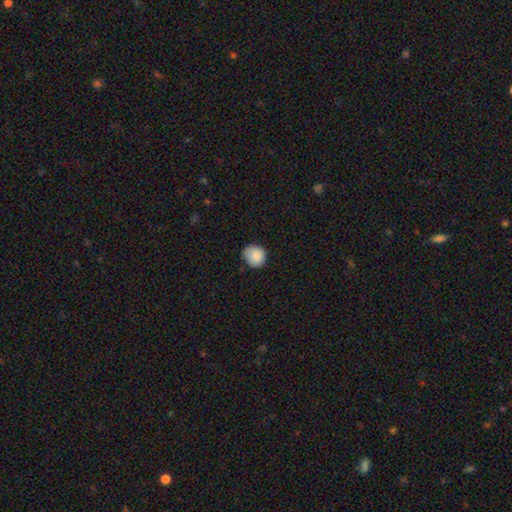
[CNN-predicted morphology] Q: Smooth or featured?
A: smooth (87%); runner-up: star or artifact (8%)
Q: How rounded?
A: round (86%); runner-up: in between (13%)
Q: Merging?
A: none (77%); runner-up: minor disturbance (19%)